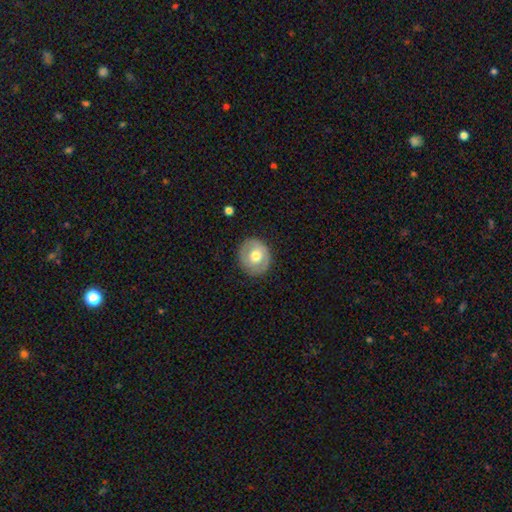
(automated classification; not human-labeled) A smooth galaxy with no disk features (55%) that is round (85%). Merging: none (85%).